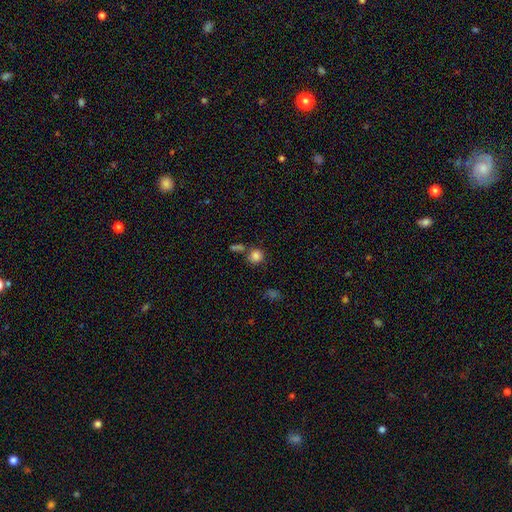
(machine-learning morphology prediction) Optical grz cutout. It shows a smooth galaxy with no disk features (81%) that is round (84%). Merging: none (59%).